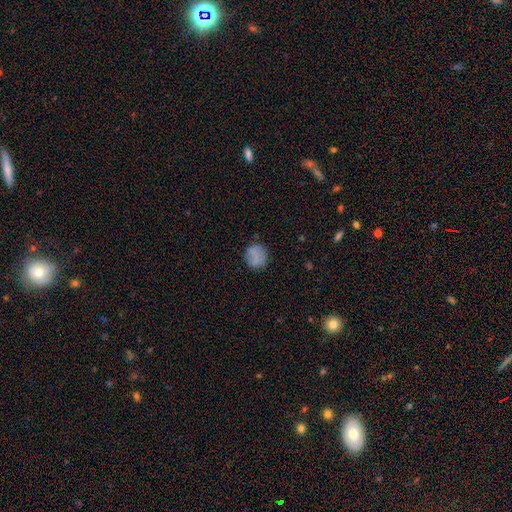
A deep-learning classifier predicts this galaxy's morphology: type=smooth (79%); roundness=round (81%); merging=none (75%).